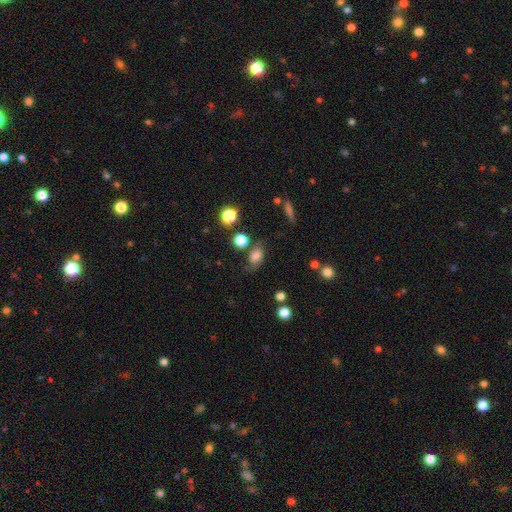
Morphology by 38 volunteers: This is possibly a smooth galaxy (50%). How rounded: likely in between (79%). Merging: possibly none (50%).